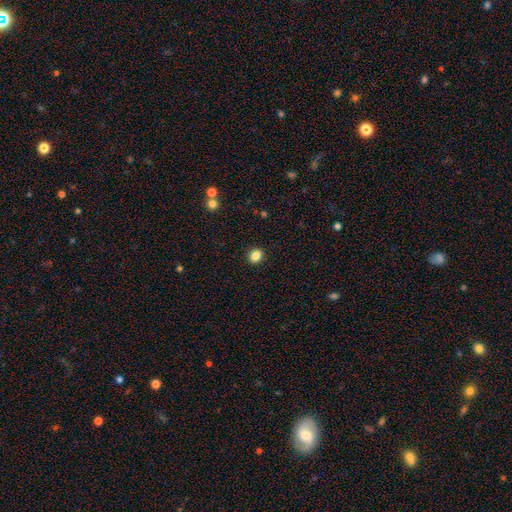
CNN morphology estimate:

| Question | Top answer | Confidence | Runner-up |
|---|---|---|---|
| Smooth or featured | smooth | 85% | star or artifact (10%) |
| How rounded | round | 67% | in between (32%) |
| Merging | none | 92% | minor disturbance (6%) |